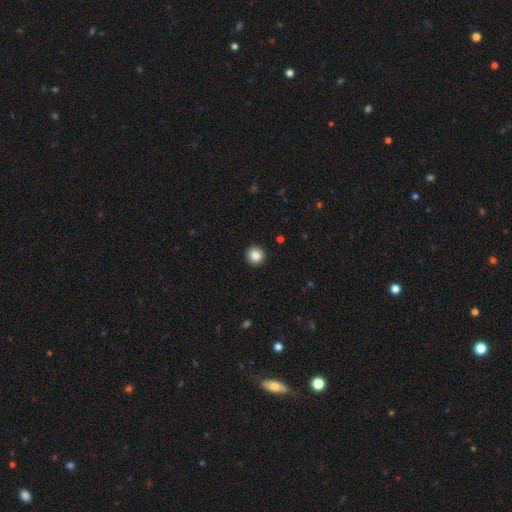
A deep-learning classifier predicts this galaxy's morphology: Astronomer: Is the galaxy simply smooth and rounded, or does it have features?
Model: smooth — 84%.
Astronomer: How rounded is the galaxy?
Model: round — 95%.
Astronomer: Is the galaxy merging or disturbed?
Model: none — 93%.